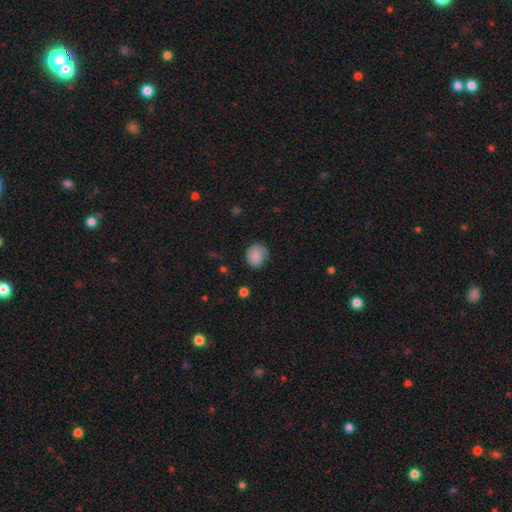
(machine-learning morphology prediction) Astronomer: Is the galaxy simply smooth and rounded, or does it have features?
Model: smooth — 83%.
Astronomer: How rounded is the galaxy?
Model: round — 70%.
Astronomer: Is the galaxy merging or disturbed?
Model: none — 73%.